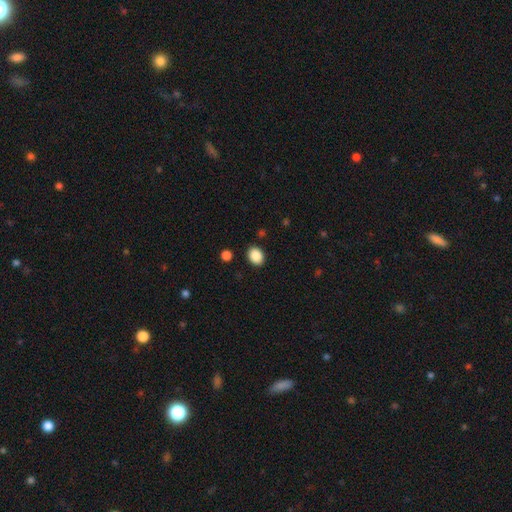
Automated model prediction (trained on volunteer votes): This appears to be a smooth galaxy with no disk features (89%) that is in between round and cigar-shaped (57%). Merging: none (88%).